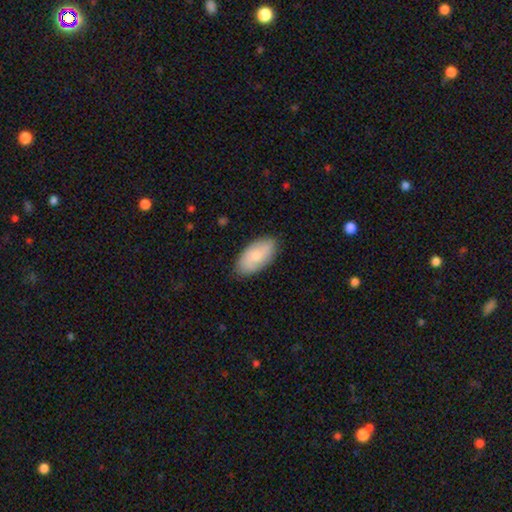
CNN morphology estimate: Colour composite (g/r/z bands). It shows a smooth galaxy with no disk features (72%) that is in between round and cigar-shaped (94%). Merging: none (83%).